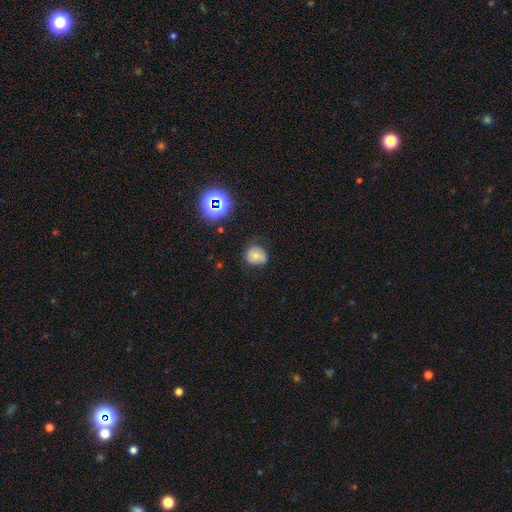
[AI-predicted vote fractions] Smooth or featured? smooth (67%)
How rounded? round (77%)
Merging? none (66%)